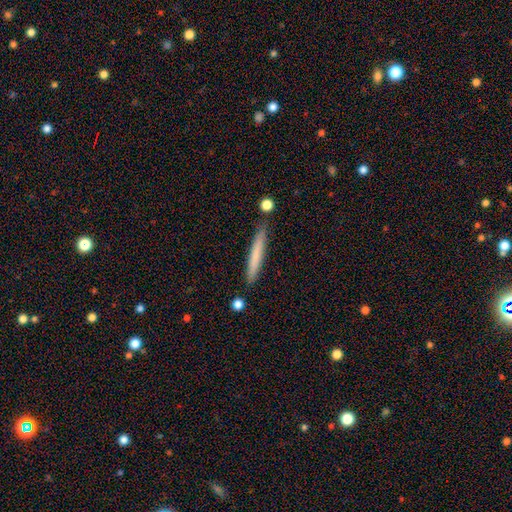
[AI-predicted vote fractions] smooth_or_featured: smooth (p=0.71) [alt: featured or disk p=0.23]
how_rounded: cigar-shaped (p=0.96) [alt: in between p=0.03]
merging: none (p=0.85) [alt: minor disturbance p=0.10]